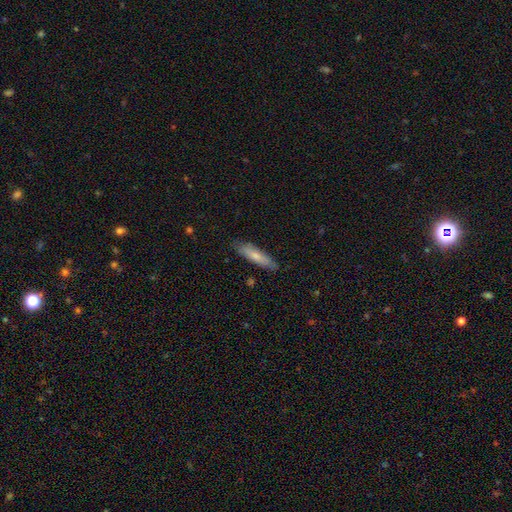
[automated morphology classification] Q: Smooth or featured?
A: smooth (71%); runner-up: featured or disk (23%)
Q: How rounded?
A: cigar-shaped (72%); runner-up: in between (27%)
Q: Merging?
A: none (83%); runner-up: minor disturbance (14%)